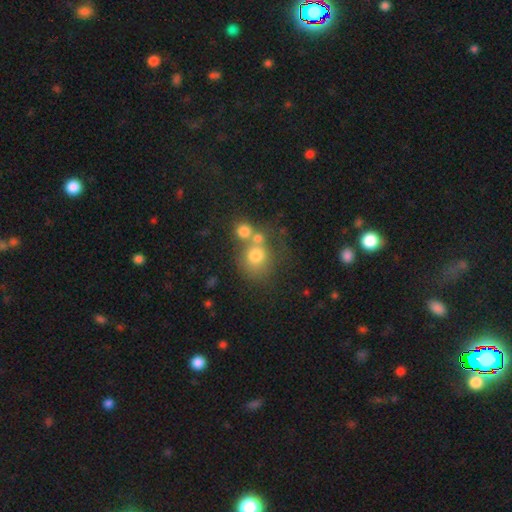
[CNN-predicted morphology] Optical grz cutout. It shows a smooth galaxy with no disk features (71%) that is round (81%). Merging: merger (42%).